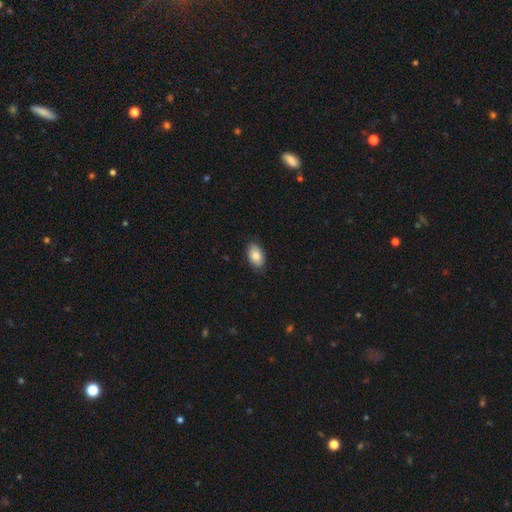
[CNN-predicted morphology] smooth-or-featured: smooth: 85% | featured or disk: 9% | star or artifact: 7%
  how-rounded: in between: 92% | round: 7% | cigar-shaped: 1%
  merging: none: 86% | minor disturbance: 11% | major disturbance: 2% | merger: 1%